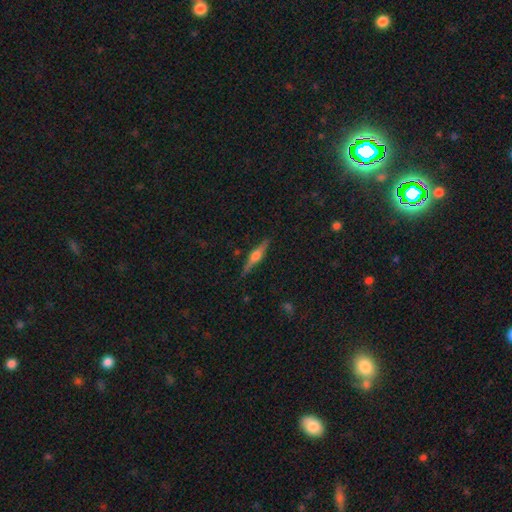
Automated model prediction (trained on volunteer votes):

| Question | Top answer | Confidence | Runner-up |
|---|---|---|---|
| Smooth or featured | featured or disk | 66% | smooth (28%) |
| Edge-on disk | yes | 97% | no (3%) |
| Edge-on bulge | rounded | 87% | boxy (9%) |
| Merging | none | 86% | minor disturbance (10%) |